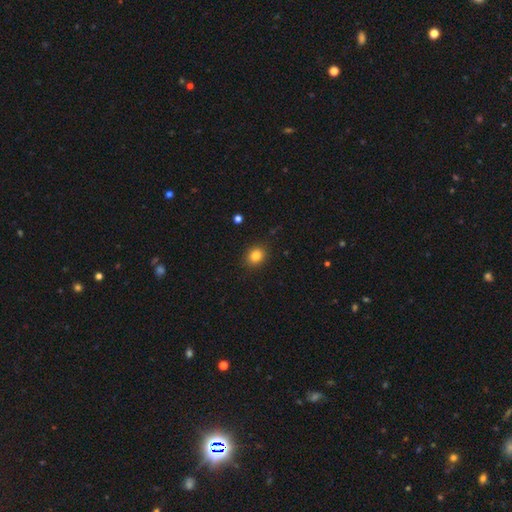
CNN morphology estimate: Smooth or featured?
  - smooth: 83% *
  - star or artifact: 11%
  - featured or disk: 6%
How rounded?
  - round: 63% *
  - in between: 36%
  - cigar-shaped: 1%
Merging?
  - none: 89% *
  - minor disturbance: 8%
  - major disturbance: 2%
  - merger: 1%